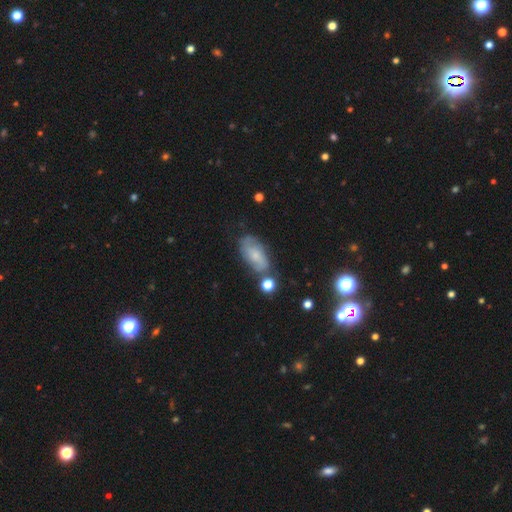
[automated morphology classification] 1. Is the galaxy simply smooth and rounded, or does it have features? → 47% featured or disk, 43% smooth, 10% star or artifact.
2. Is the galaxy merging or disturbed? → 62% none, 23% minor disturbance, 8% major disturbance, 8% merger.